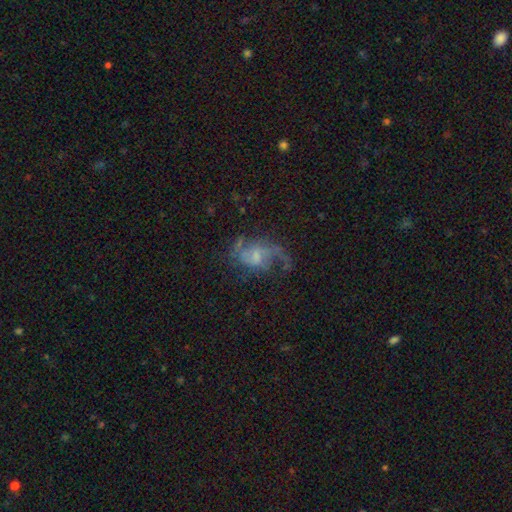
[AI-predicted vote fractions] Smooth or featured? Predicted: featured or disk (p=0.76). Edge-on disk? Predicted: no (p=0.97). Bar? Predicted: no (p=0.48). Spiral arms? Predicted: yes (p=0.87). Spiral winding? Predicted: loose (p=0.52). Spiral arm count? Predicted: 2 (p=0.61). Bulge size? Predicted: small (p=0.48). Merging? Predicted: none (p=0.47).